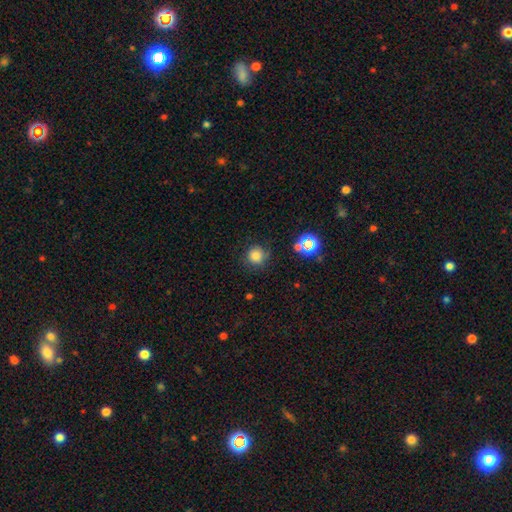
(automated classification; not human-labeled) A smooth galaxy with no disk features (78%) that is round (93%).

Vote fractions:
- Smooth or featured? smooth: 78% / star or artifact: 15% / featured or disk: 6%
- How rounded? round: 93% / in between: 6% / cigar-shaped: 1%
- Merging? none: 75% / minor disturbance: 16% / major disturbance: 6% / merger: 3%